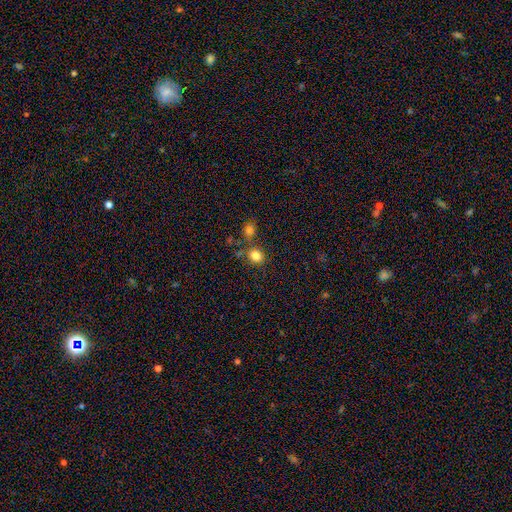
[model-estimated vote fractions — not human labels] Smooth or featured? smooth (82%)
How rounded? round (62%)
Merging? none (70%)